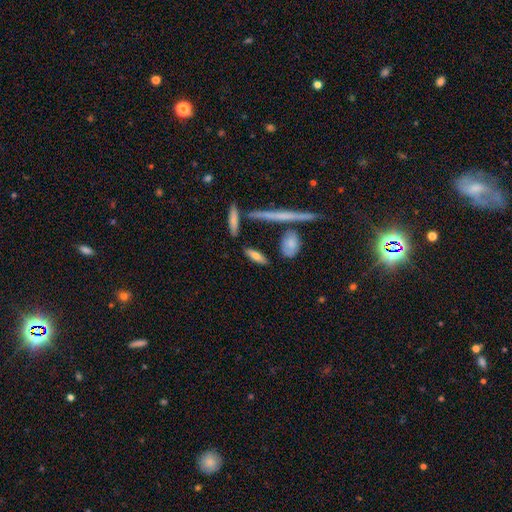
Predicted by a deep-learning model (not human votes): A smooth galaxy with no disk features (68%) that is cigar-shaped (49%). Merging: none (78%).